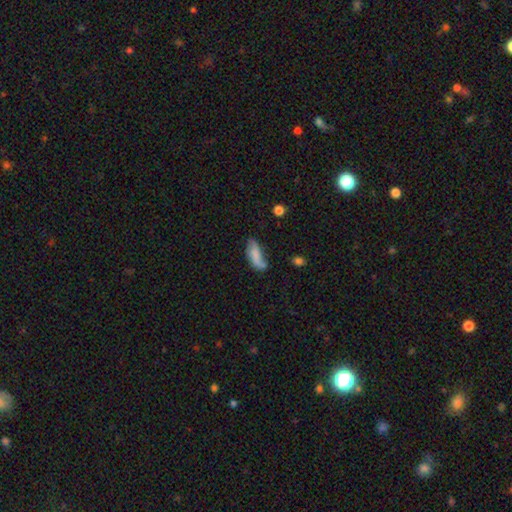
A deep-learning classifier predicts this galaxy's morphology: Overall: smooth (64%; featured or disk 27%). How rounded: in between (74%). Merging: none (46%; minor disturbance 30%).